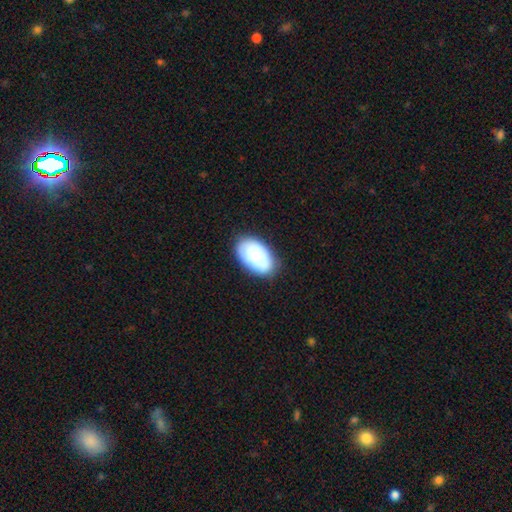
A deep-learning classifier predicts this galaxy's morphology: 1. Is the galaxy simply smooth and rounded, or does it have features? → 70% smooth, 23% featured or disk, 7% star or artifact.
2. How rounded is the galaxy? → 92% in between, 6% round, 1% cigar-shaped.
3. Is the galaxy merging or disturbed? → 77% none, 18% minor disturbance, 4% major disturbance, 2% merger.